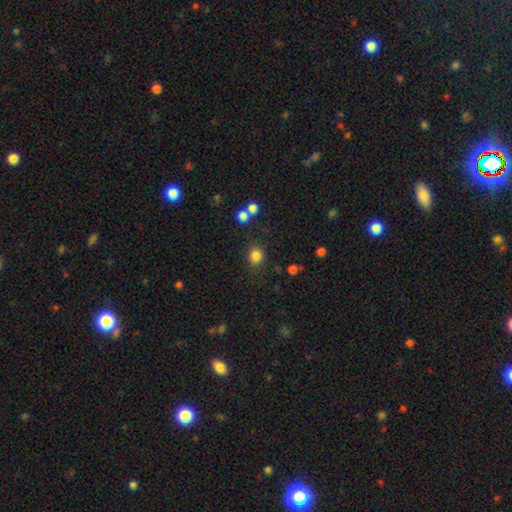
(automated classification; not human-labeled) smooth 83%, star or artifact 12%, featured or disk 5%. Down the decision tree: how rounded — round (77%); merging — none (80%).